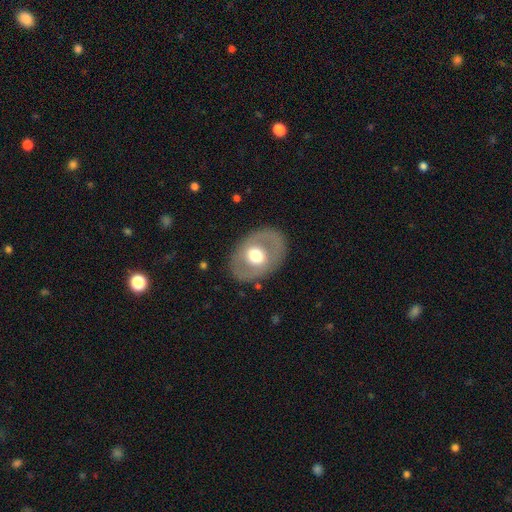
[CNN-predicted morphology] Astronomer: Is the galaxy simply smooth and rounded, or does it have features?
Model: featured or disk — 49% (runner-up: smooth, 45%).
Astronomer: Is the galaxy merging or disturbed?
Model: none — 82%.